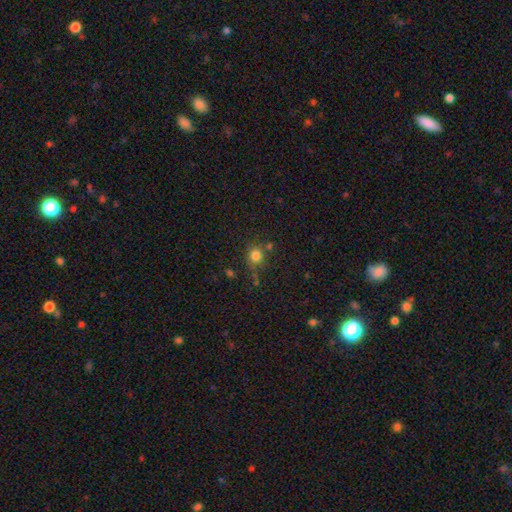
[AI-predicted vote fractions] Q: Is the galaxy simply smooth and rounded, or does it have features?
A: smooth — 79%.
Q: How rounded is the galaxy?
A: round — 84%.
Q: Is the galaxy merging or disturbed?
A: none — 70%.